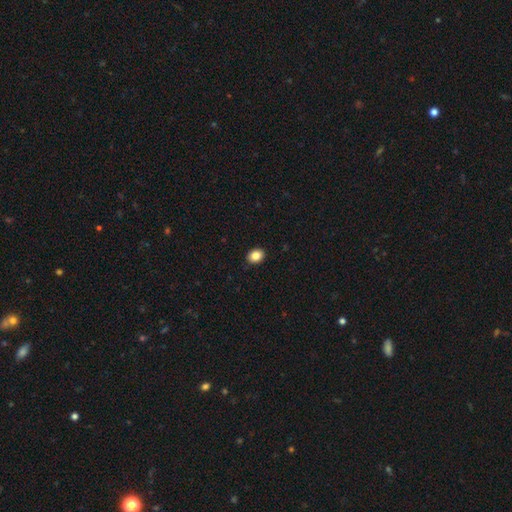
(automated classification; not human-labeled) Smooth or featured?
  - smooth: 85% *
  - star or artifact: 9%
  - featured or disk: 6%
How rounded?
  - in between: 57% *
  - round: 42%
  - cigar-shaped: 1%
Merging?
  - none: 90% *
  - minor disturbance: 7%
  - major disturbance: 2%
  - merger: 1%